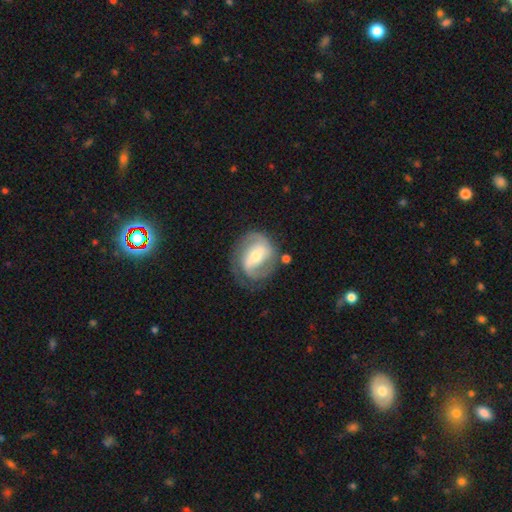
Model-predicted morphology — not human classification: A featured or disk galaxy (83%) with a strong bar (46%), 2 (78%) medium (46%) spiral arms (93%) and a moderate central bulge (54%). Merging: none (70%).